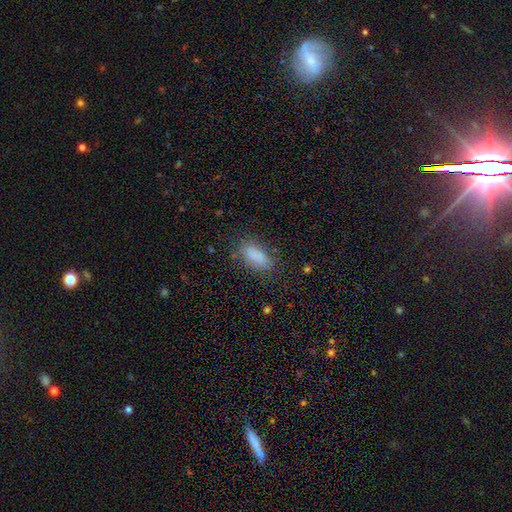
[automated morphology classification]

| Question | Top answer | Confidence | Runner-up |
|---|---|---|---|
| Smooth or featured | smooth | 83% | star or artifact (9%) |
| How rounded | in between | 82% | cigar-shaped (15%) |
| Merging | none | 72% | minor disturbance (18%) |